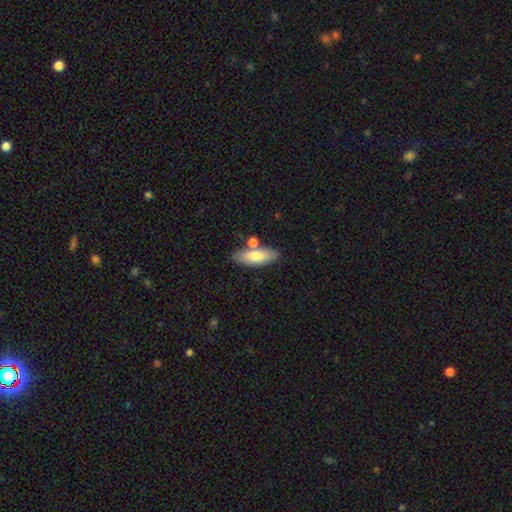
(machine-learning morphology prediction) A smooth galaxy with no disk features (75%) that is in between round and cigar-shaped (66%). Merging: none (70%).